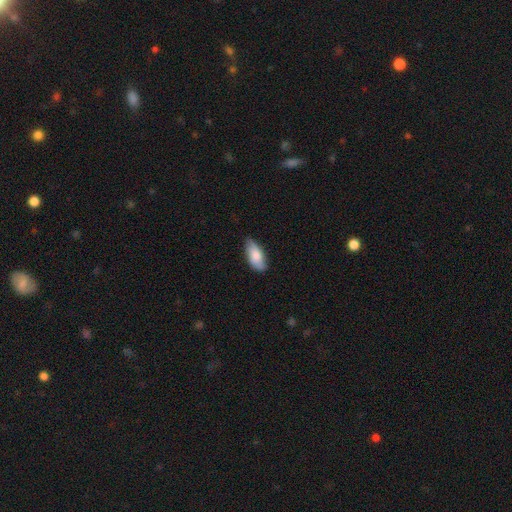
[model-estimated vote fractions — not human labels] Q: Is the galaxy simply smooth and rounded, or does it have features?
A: smooth — 81%.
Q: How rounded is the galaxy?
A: in between — 87%.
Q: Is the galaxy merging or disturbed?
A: none — 76%.